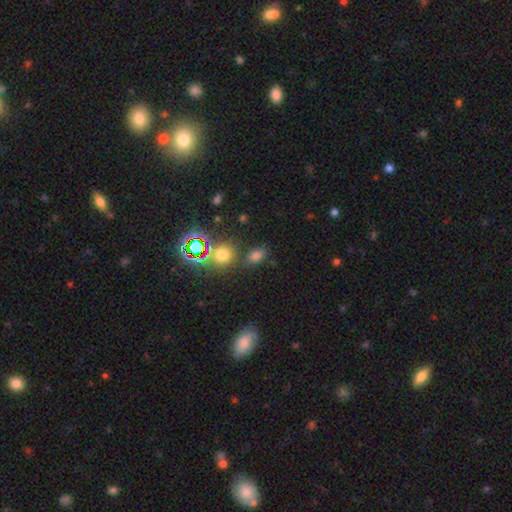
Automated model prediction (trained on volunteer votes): Smooth or featured: smooth — 63% (star or artifact — 29%)
How rounded: in between — 75% (round — 22%)
Merging: none — 72% (minor disturbance — 13%)